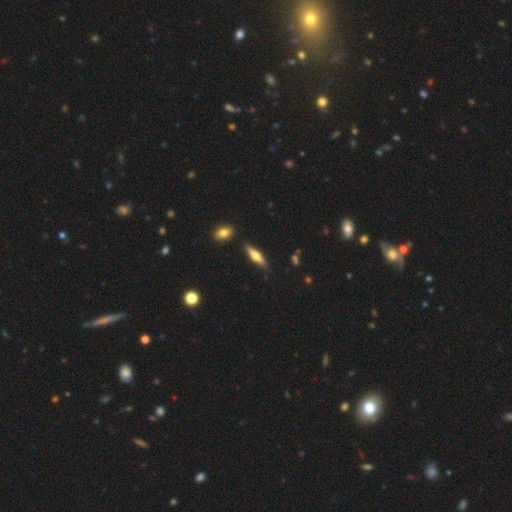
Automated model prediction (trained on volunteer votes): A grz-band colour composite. It shows a featured or disk galaxy (48%). Merging: none (85%).